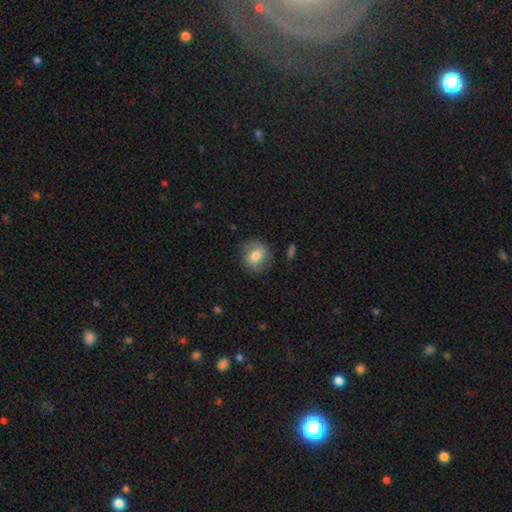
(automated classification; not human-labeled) A smooth galaxy with no disk features (68%) that is round (71%).

Vote fractions:
- Smooth or featured? smooth: 68% / featured or disk: 24% / star or artifact: 8%
- How rounded? round: 71% / in between: 27% / cigar-shaped: 1%
- Merging? none: 78% / minor disturbance: 15% / major disturbance: 5% / merger: 2%